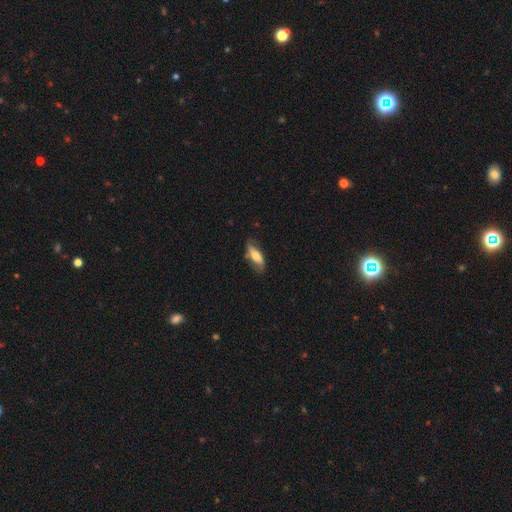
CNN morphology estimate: The model was most divided on "smooth or featured": smooth: 58%, featured or disk: 36%, star or artifact: 7%. More confident: how rounded — in between (69%); merging — none (65%).